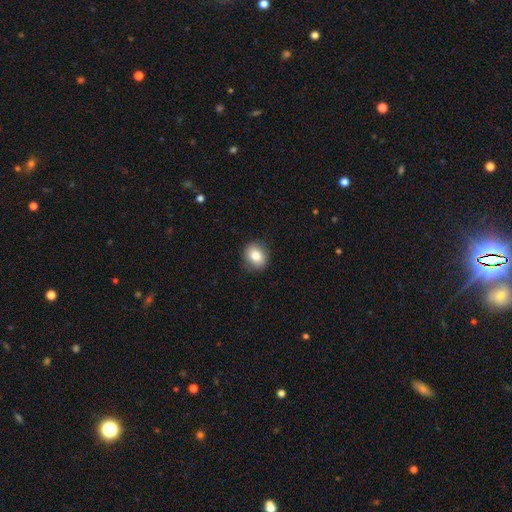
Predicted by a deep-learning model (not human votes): This is clearly a smooth galaxy (82%). How rounded: likely round (66%). Merging: clearly none (87%).